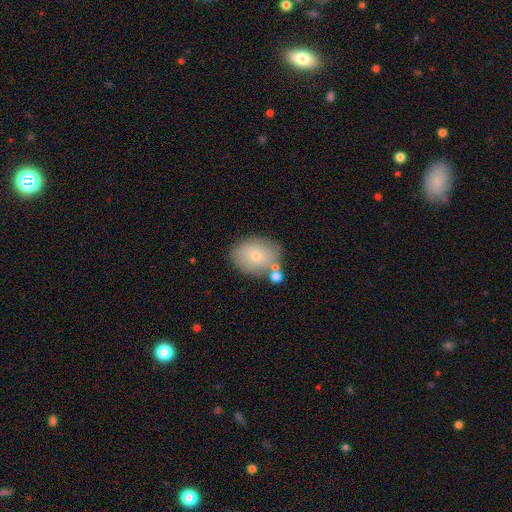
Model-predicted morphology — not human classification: This is likely a smooth galaxy (71%). How rounded: likely in between (63%). Merging: likely none (69%).